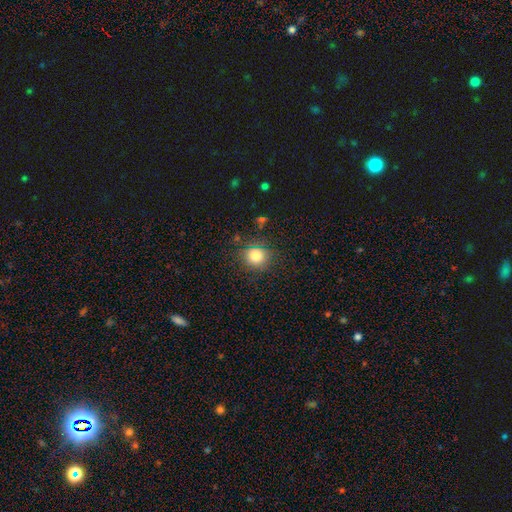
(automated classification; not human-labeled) Smooth or featured? Predicted: smooth (p=0.80). How rounded? Predicted: round (p=0.88). Merging? Predicted: none (p=0.85).